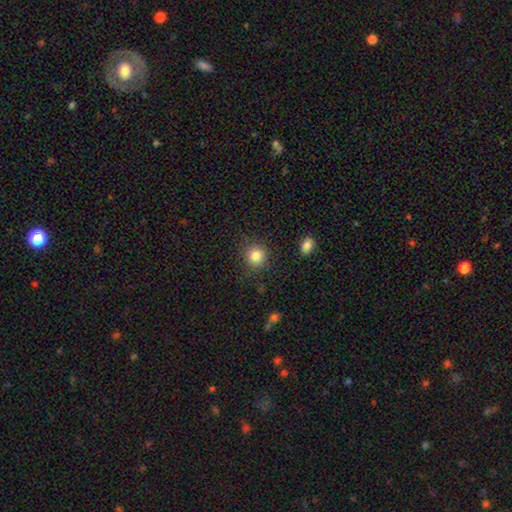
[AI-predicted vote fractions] smooth 84%, star or artifact 11%, featured or disk 6%. Down the decision tree: how rounded — round (90%); merging — none (87%).